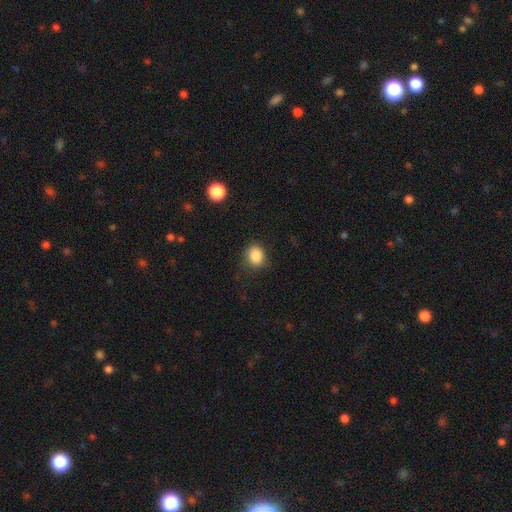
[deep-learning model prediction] A smooth galaxy with no disk features (86%) that is round (61%). Merging: none (79%).